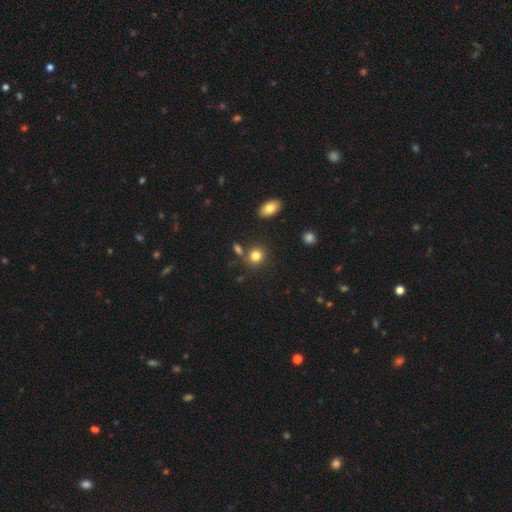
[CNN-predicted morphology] A smooth galaxy with no disk features (82%) that is round (73%). Merging: none (76%).